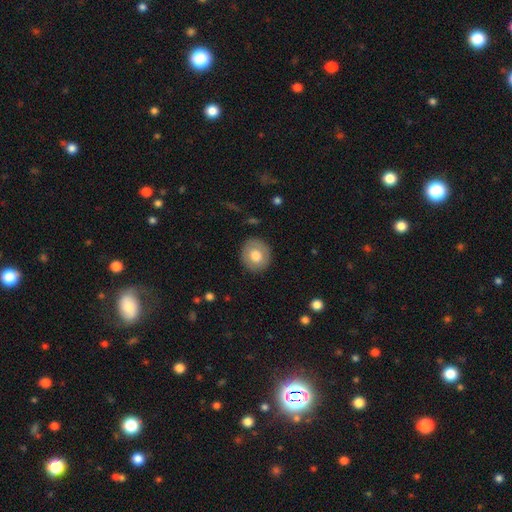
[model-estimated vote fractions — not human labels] The model was most divided on "smooth or featured": smooth: 73%, featured or disk: 20%, star or artifact: 7%. More confident: merging — none (89%); how rounded — round (86%).